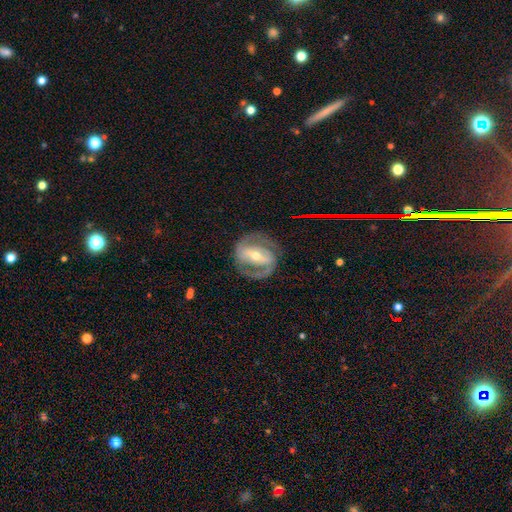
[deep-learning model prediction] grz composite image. It shows a featured or disk galaxy (87%) with a strong bar (61%), 2 (89%) medium (46%) spiral arms (91%) and a moderate central bulge (52%). Merging: none (80%).